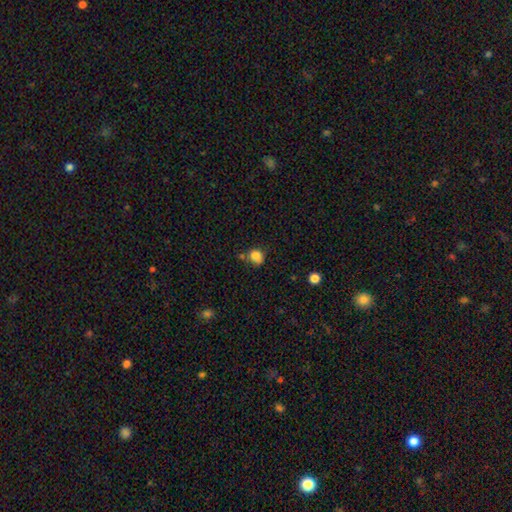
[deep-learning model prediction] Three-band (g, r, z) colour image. It shows a smooth galaxy with no disk features (83%) that is round (70%). Merging: none (58%).